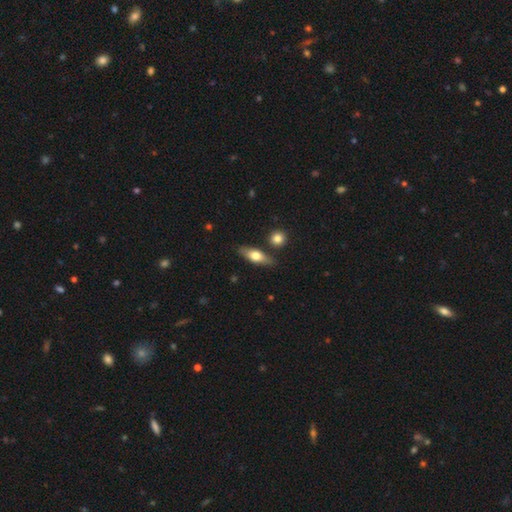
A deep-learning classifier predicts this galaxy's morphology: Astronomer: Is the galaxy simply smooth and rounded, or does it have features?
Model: smooth — 57% (runner-up: featured or disk, 37%).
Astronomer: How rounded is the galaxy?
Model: in between — 56% (runner-up: cigar-shaped, 40%).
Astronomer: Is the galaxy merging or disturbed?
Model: none — 80%.